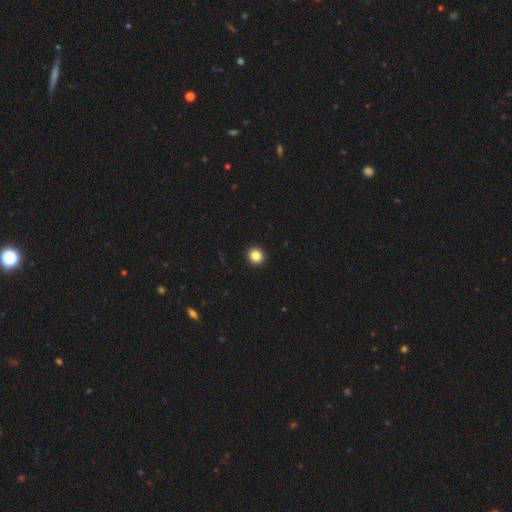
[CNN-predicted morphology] Overall: smooth (86%). How rounded: round (86%). Merging: none (94%).